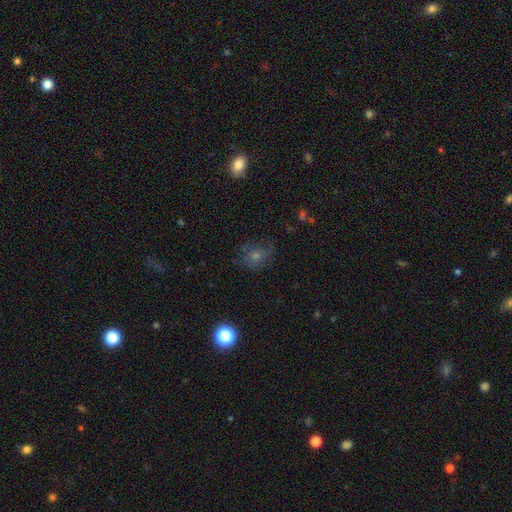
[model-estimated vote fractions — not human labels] Q: Smooth or featured?
A: smooth (47%); runner-up: star or artifact (28%)
Q: Merging?
A: none (72%); runner-up: minor disturbance (18%)